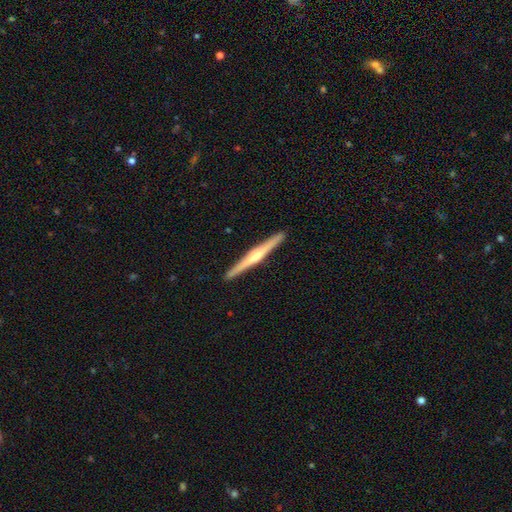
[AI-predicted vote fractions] smooth-or-featured: featured or disk: 73% | smooth: 23% | star or artifact: 5%
  disk-edge-on: yes: 98% | no: 2%
    edge-on-bulge: rounded: 78% | none: 12% | boxy: 10%
  merging: none: 93% | minor disturbance: 5% | major disturbance: 1% | merger: 1%